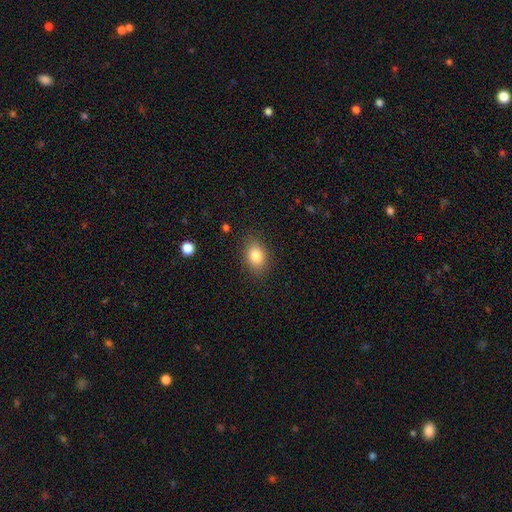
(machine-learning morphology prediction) Q: Smooth or featured?
A: smooth (83%); runner-up: star or artifact (9%)
Q: How rounded?
A: in between (75%); runner-up: round (24%)
Q: Merging?
A: none (85%); runner-up: minor disturbance (11%)